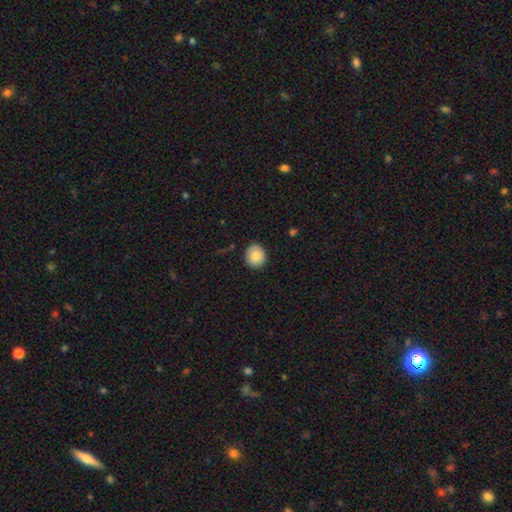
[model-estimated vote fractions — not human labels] A smooth galaxy with no disk features (85%) that is round (79%). Merging: none (88%).